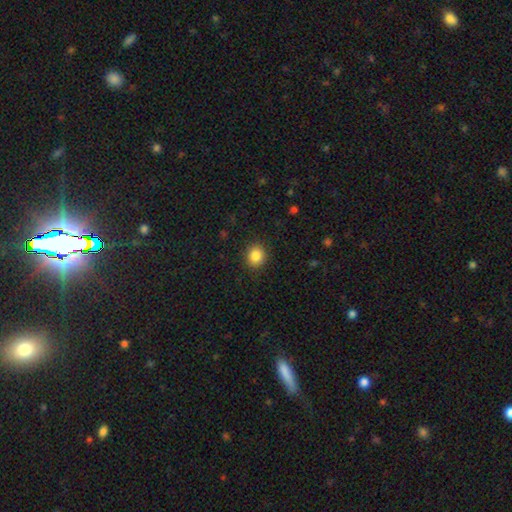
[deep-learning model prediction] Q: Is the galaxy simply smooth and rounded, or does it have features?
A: smooth — 85%.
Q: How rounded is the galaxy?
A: round — 79%.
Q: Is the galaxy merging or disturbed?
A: none — 90%.